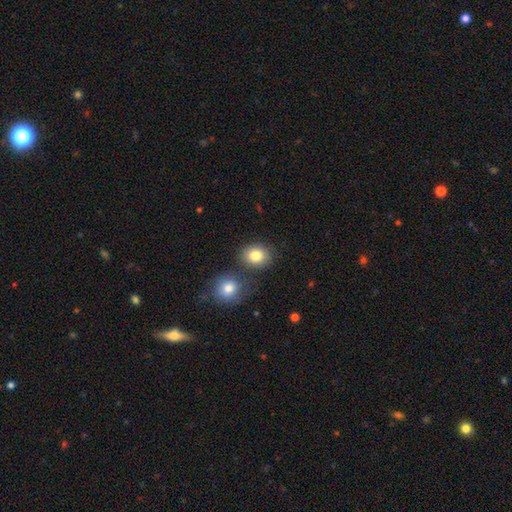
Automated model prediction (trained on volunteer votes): smooth_or_featured: smooth (p=0.84) [alt: star or artifact p=0.09]
how_rounded: round (p=0.57) [alt: in between p=0.43]
merging: none (p=0.70) [alt: merger p=0.17]